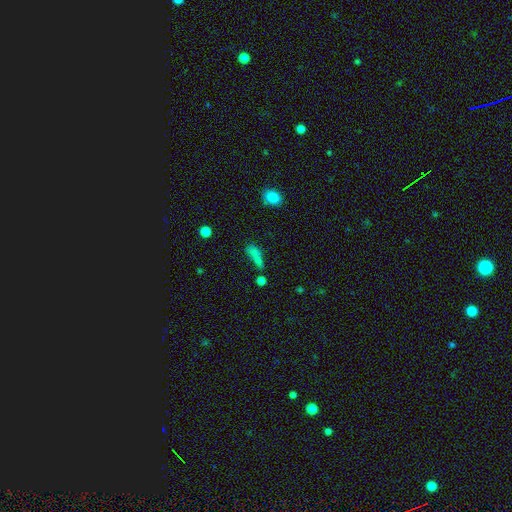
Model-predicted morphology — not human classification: Smooth or featured? smooth (70%)
How rounded? in between (55%)
Merging? none (36%)